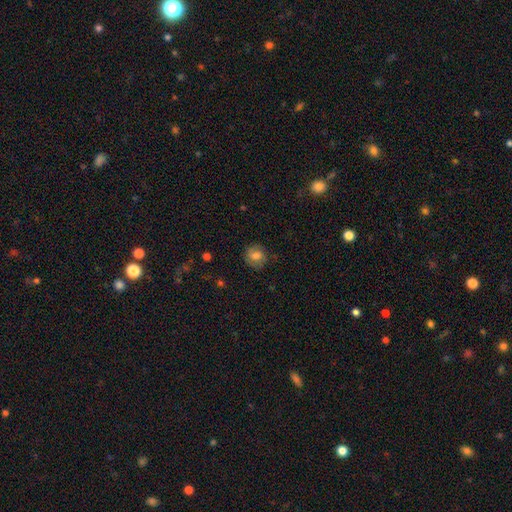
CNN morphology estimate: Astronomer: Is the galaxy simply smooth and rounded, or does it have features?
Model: smooth — 75%.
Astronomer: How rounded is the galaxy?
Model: round — 87%.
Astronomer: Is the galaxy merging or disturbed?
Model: none — 83%.